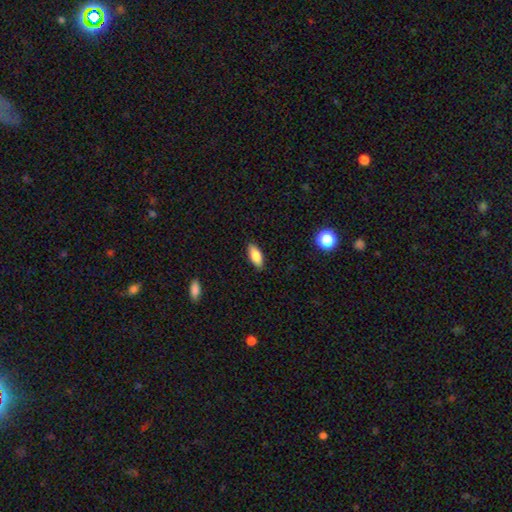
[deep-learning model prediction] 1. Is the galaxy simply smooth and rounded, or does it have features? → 84% smooth, 8% featured or disk, 7% star or artifact.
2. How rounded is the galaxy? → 84% in between, 14% cigar-shaped, 2% round.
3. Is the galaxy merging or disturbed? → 88% none, 9% minor disturbance, 2% major disturbance, 1% merger.